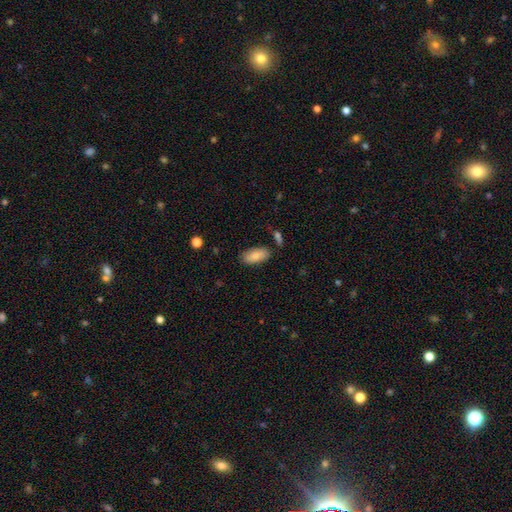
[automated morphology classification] A smooth galaxy with no disk features (79%) that is in between round and cigar-shaped (92%).

Vote fractions:
- Smooth or featured? smooth: 79% / featured or disk: 14% / star or artifact: 6%
- How rounded? in between: 92% / cigar-shaped: 6% / round: 2%
- Merging? none: 80% / minor disturbance: 14% / merger: 4% / major disturbance: 3%